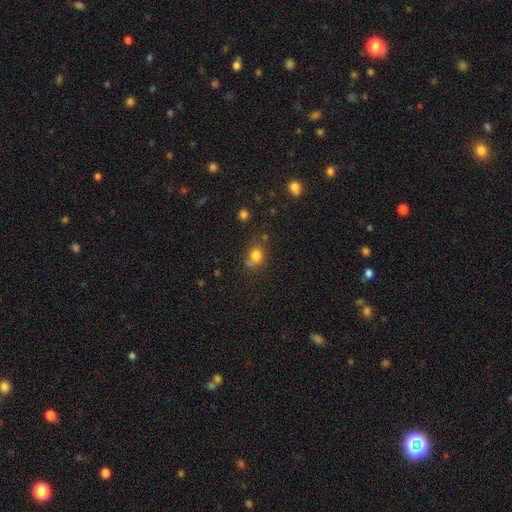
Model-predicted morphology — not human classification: smooth 81%, star or artifact 12%, featured or disk 7%. Down the decision tree: how rounded — round (66%); merging — none (60%).